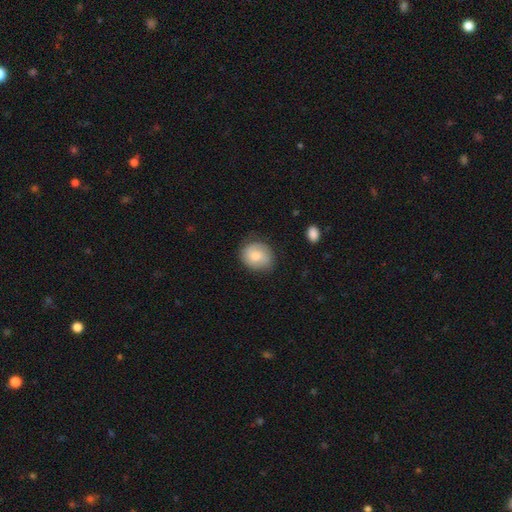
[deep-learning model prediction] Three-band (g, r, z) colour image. It shows a smooth galaxy with no disk features (73%) that is round (66%). Merging: none (74%).